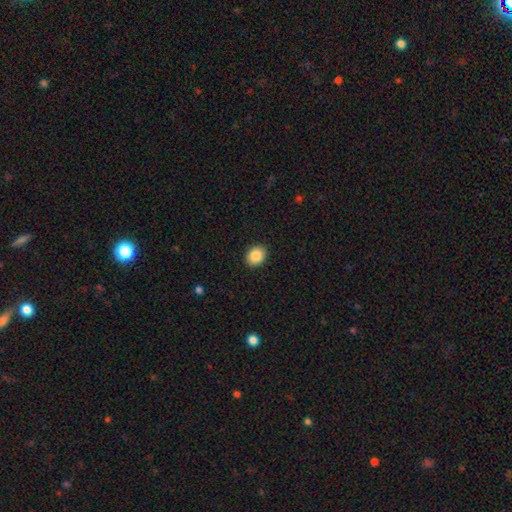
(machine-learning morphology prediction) Smooth or featured? Predicted: smooth (p=0.86). How rounded? Predicted: round (p=0.52). Merging? Predicted: none (p=0.91).